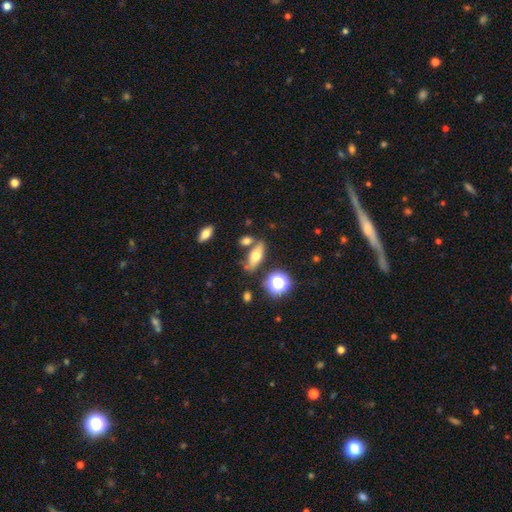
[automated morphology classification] Smooth or featured? Predicted: smooth (p=0.57). How rounded? Predicted: in between (p=0.67). Merging? Predicted: none (p=0.70).